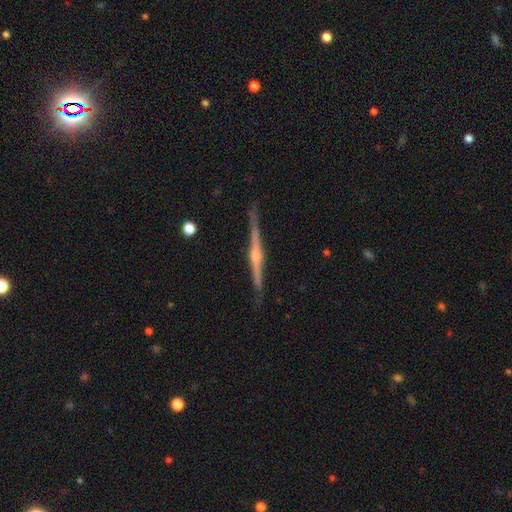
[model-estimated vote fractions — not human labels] Smooth or featured?
  - featured or disk: 86% *
  - smooth: 8%
  - star or artifact: 5%
Edge-on disk?
  - yes: 99% *
  - no: 1%
Edge-on bulge?
  - rounded: 85% *
  - boxy: 8%
  - none: 7%
Merging?
  - none: 90% *
  - minor disturbance: 7%
  - major disturbance: 1%
  - merger: 1%